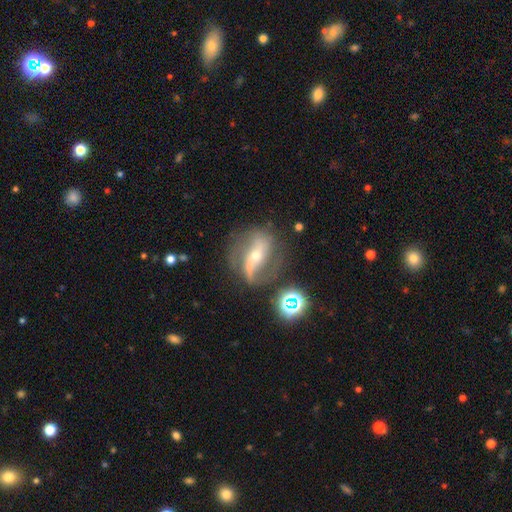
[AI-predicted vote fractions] Smooth or featured? Predicted: featured or disk (p=0.79). Edge-on disk? Predicted: no (p=0.91). Bar? Predicted: strong (p=0.50). Spiral arms? Predicted: yes (p=0.88). Spiral winding? Predicted: loose (p=0.50). Spiral arm count? Predicted: 2 (p=0.81). Bulge size? Predicted: small (p=0.56). Merging? Predicted: none (p=0.63).